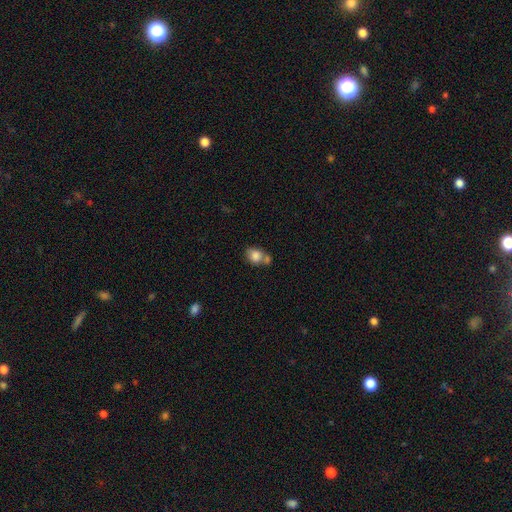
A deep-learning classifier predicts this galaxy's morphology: smooth-or-featured: smooth: 81% | featured or disk: 10% | star or artifact: 9%
  how-rounded: in between: 55% | round: 43% | cigar-shaped: 1%
  merging: none: 41% | merger: 38% | minor disturbance: 15% | major disturbance: 6%